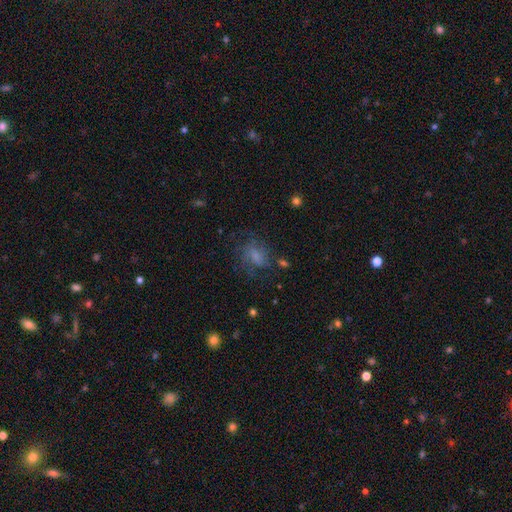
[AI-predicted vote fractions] The model was most divided on "smooth or featured": smooth: 50%, featured or disk: 35%, star or artifact: 14%. More confident: how rounded — in between (66%); merging — none (51%).